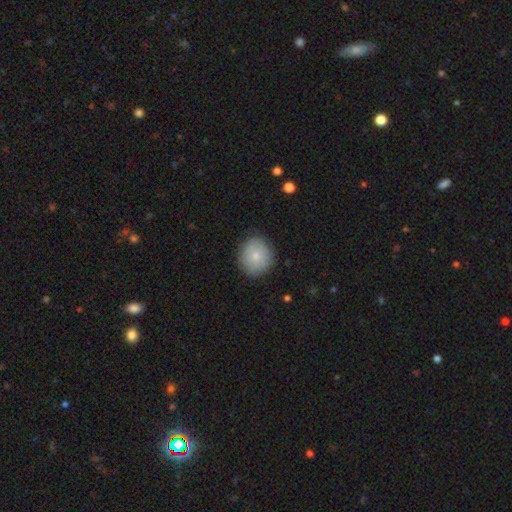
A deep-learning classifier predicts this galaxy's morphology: Smooth or featured?
  - smooth: 80% *
  - featured or disk: 12%
  - star or artifact: 7%
How rounded?
  - round: 85% *
  - in between: 14%
  - cigar-shaped: 1%
Merging?
  - none: 86% *
  - minor disturbance: 10%
  - major disturbance: 2%
  - merger: 1%